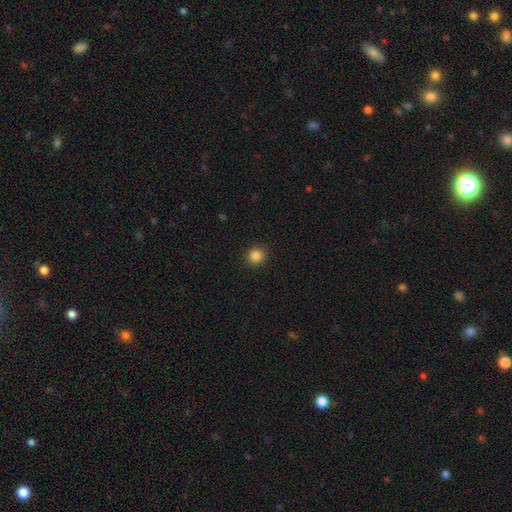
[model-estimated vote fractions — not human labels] smooth-or-featured: smooth: 85% | star or artifact: 11% | featured or disk: 4%
  how-rounded: round: 89% | in between: 10% | cigar-shaped: 1%
  merging: none: 91% | minor disturbance: 6% | major disturbance: 2% | merger: 1%